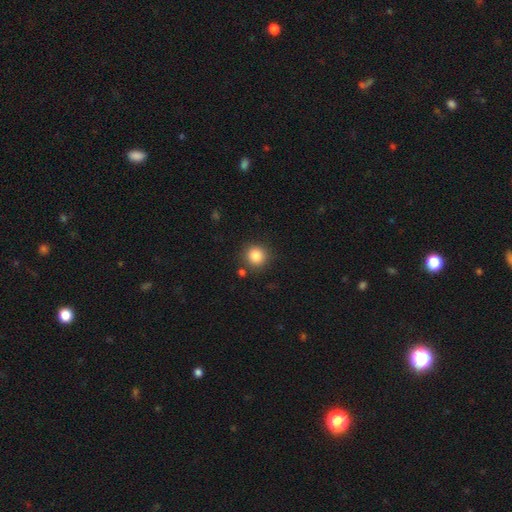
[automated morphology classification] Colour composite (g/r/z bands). It shows a smooth galaxy with no disk features (85%) that is round (91%). Merging: none (84%).